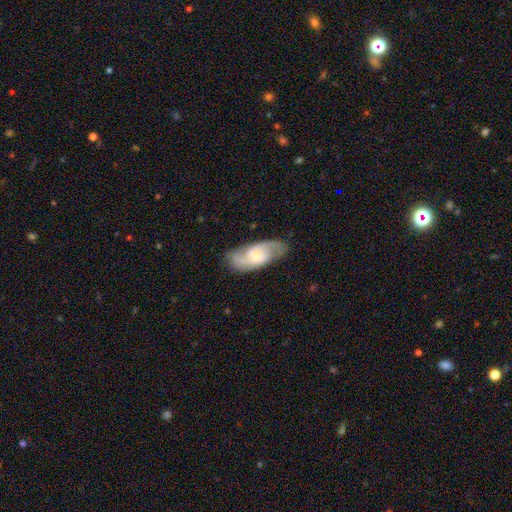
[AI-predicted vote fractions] A featured or disk galaxy (77%) with a weak bar (45%, tied with no), 2 (86%) medium (53%) spiral arms (94%) and a small central bulge (58%). Merging: none (79%).